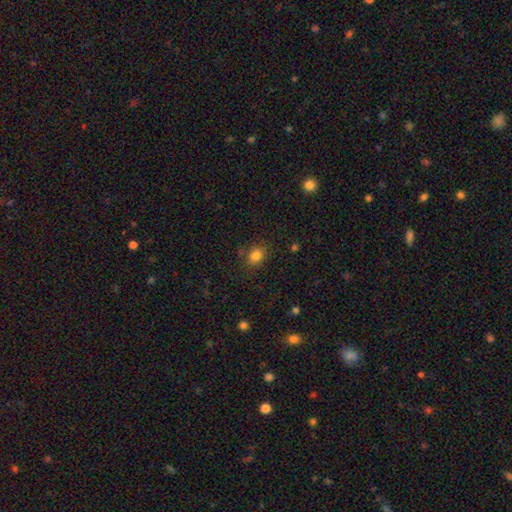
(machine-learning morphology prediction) Q: Smooth or featured?
A: smooth (81%); runner-up: star or artifact (13%)
Q: How rounded?
A: in between (51%); runner-up: round (48%)
Q: Merging?
A: none (79%); runner-up: minor disturbance (13%)